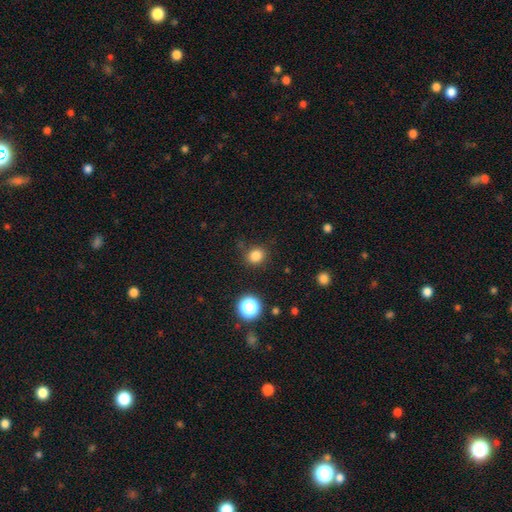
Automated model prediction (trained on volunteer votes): smooth_or_featured: smooth (p=0.82) [alt: star or artifact p=0.14]
how_rounded: round (p=0.80) [alt: in between p=0.19]
merging: none (p=0.84) [alt: minor disturbance p=0.10]